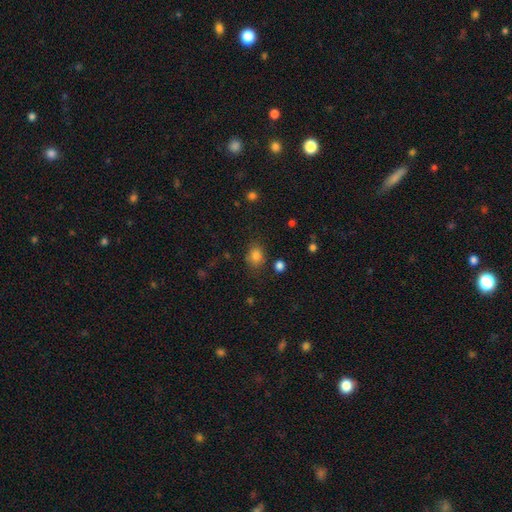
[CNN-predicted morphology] Smooth or featured? smooth (82%)
How rounded? round (52%)
Merging? none (74%)